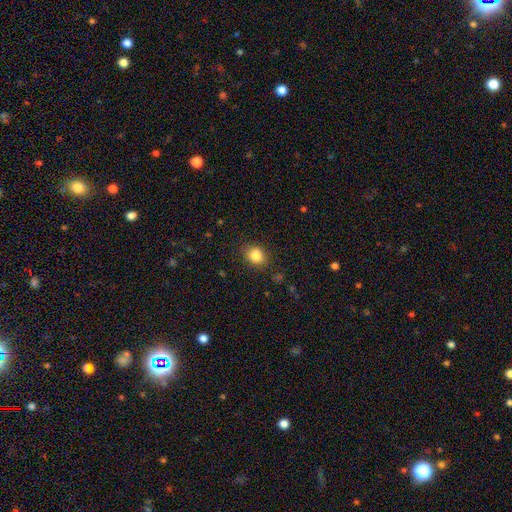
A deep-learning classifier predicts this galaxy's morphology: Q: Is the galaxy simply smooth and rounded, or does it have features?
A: smooth — 84%.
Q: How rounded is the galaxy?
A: round — 60%.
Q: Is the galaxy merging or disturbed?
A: none — 83%.